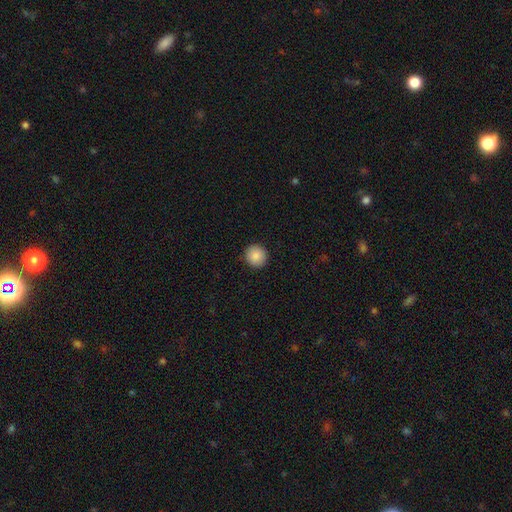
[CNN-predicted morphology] The model was most divided on "smooth or featured": smooth: 88%, star or artifact: 8%, featured or disk: 4%. More confident: how rounded — round (95%); merging — none (92%).